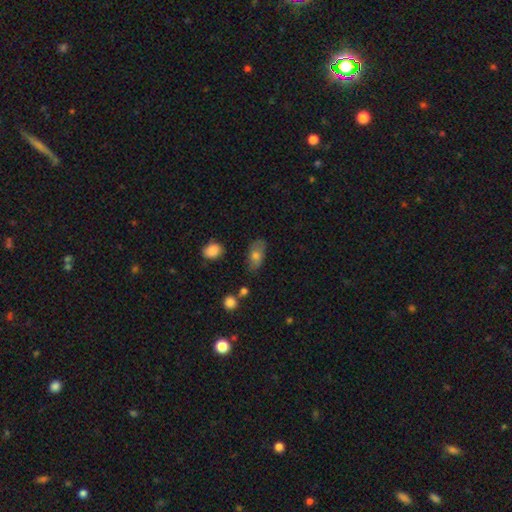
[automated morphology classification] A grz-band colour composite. It shows a smooth galaxy with no disk features (73%) that is in between round and cigar-shaped (89%). Merging: none (71%).